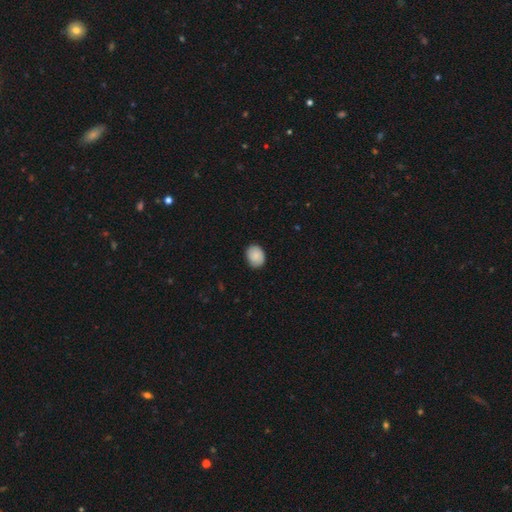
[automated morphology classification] Smooth or featured? smooth (84%)
How rounded? in between (51%)
Merging? none (84%)